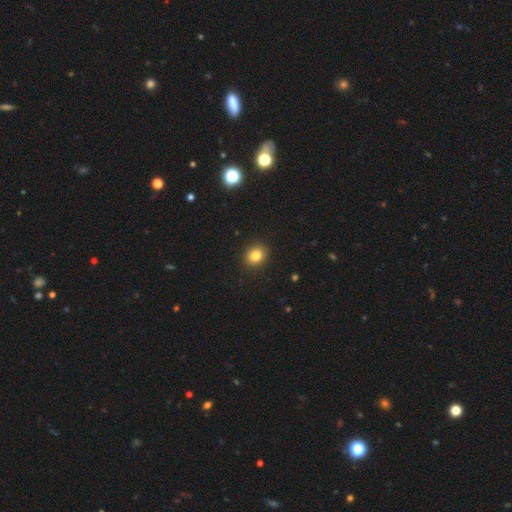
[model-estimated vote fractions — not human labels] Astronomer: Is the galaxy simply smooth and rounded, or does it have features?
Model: smooth — 82%.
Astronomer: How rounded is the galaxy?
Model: round — 75%.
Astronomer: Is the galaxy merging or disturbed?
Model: none — 91%.